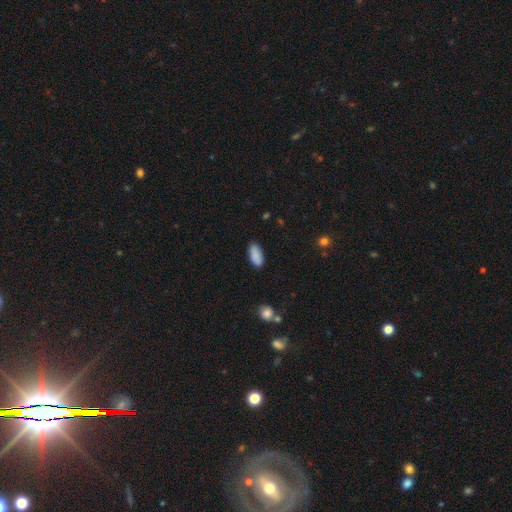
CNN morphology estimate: Smooth or featured? Predicted: smooth (p=0.89). How rounded? Predicted: in between (p=0.88). Merging? Predicted: none (p=0.87).